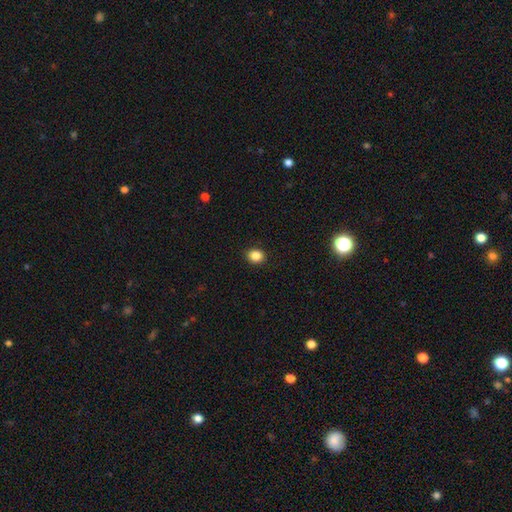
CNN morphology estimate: The model was most divided on "how rounded": round: 72%, in between: 27%, cigar-shaped: 1%. More confident: merging — none (91%); smooth or featured — smooth (85%).